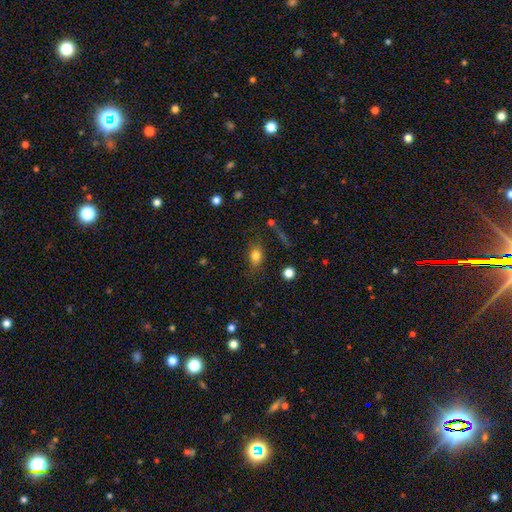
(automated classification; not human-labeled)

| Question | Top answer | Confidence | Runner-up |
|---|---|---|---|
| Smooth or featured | smooth | 78% | star or artifact (11%) |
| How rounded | in between | 70% | round (25%) |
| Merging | none | 74% | minor disturbance (17%) |